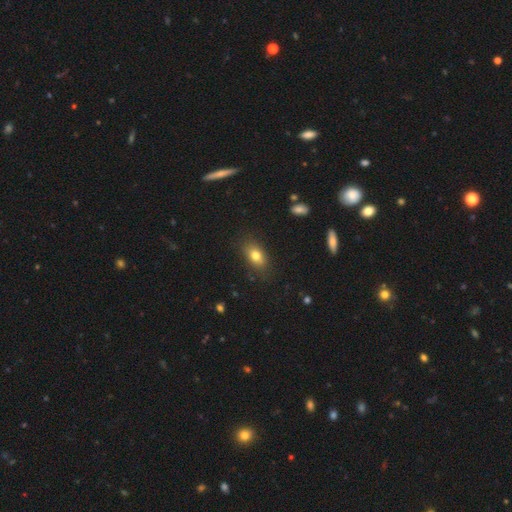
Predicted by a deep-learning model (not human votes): Smooth or featured?
  - smooth: 77% *
  - featured or disk: 12%
  - star or artifact: 10%
How rounded?
  - in between: 81% *
  - round: 14%
  - cigar-shaped: 4%
Merging?
  - none: 81% *
  - minor disturbance: 13%
  - major disturbance: 4%
  - merger: 2%